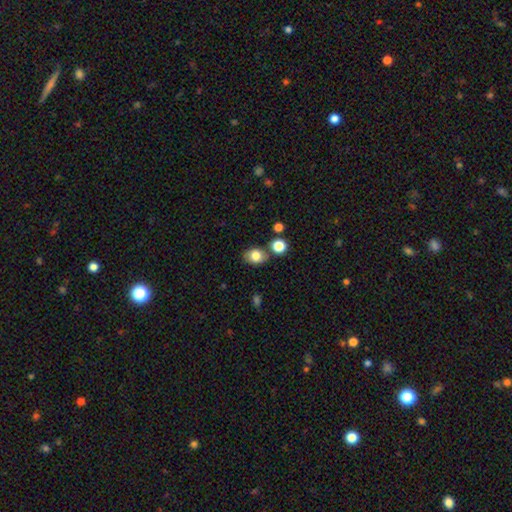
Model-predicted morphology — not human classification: The model was most divided on "how rounded": in between: 64%, round: 35%, cigar-shaped: 1%. More confident: smooth or featured — smooth (80%); merging — none (73%).